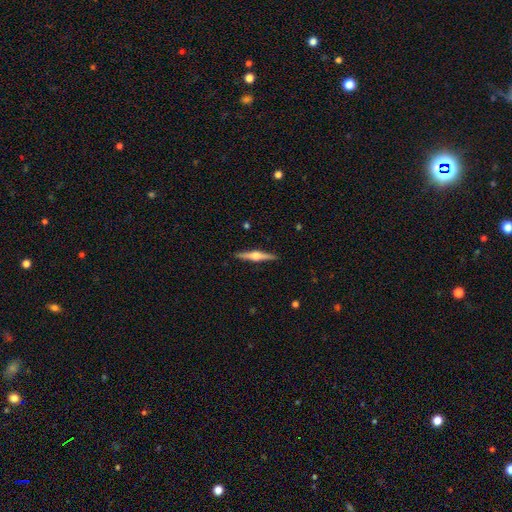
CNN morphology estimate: Smooth or featured? Predicted: featured or disk (p=0.75). Edge-on disk? Predicted: yes (p=0.98). Edge-on bulge? Predicted: rounded (p=0.92). Merging? Predicted: none (p=0.91).